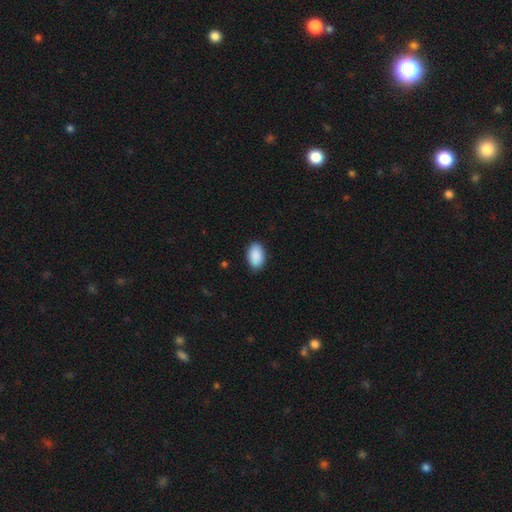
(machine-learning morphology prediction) A smooth galaxy with no disk features (91%) that is in between round and cigar-shaped (92%). Merging: none (88%).